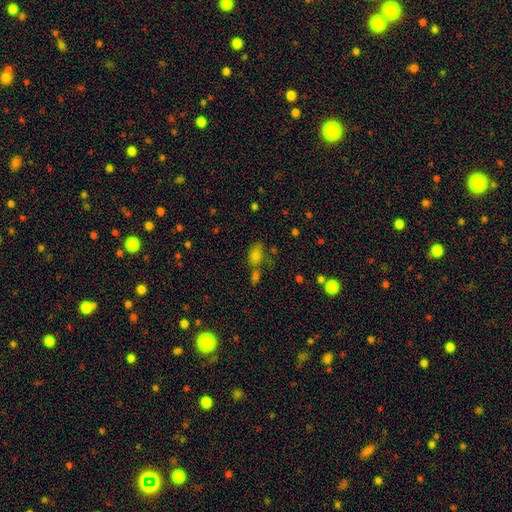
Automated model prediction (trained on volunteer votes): Overall: smooth (75%). How rounded: in between (84%). Merging: none (40%; merger 35%).